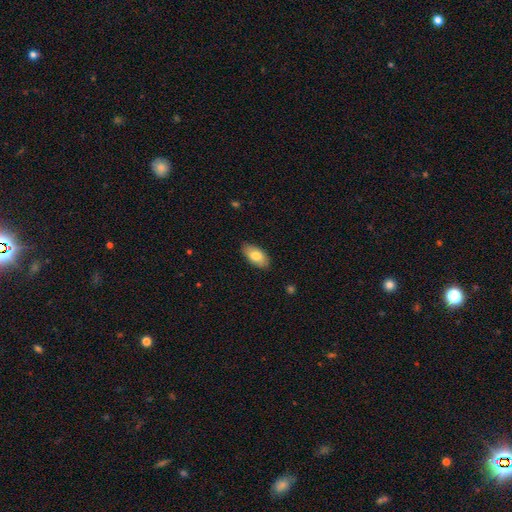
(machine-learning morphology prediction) smooth-or-featured: smooth: 78% | featured or disk: 15% | star or artifact: 6%
  how-rounded: in between: 93% | cigar-shaped: 4% | round: 3%
  merging: none: 86% | minor disturbance: 11% | major disturbance: 2% | merger: 1%